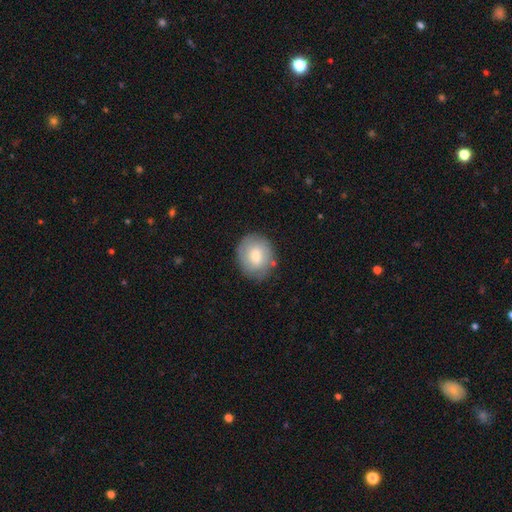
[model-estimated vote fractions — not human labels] A smooth galaxy with no disk features (71%) that is round (68%). Merging: none (80%).